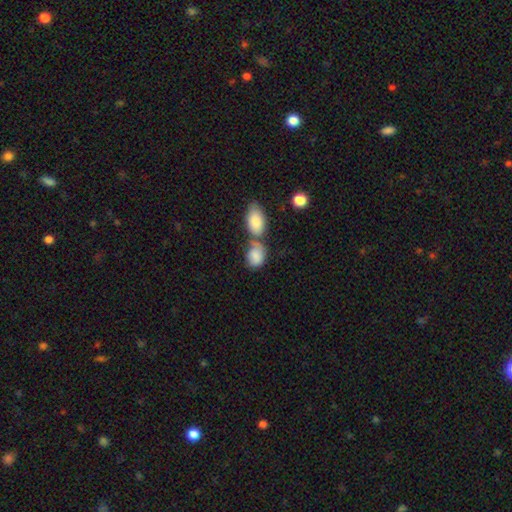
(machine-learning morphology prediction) smooth-or-featured: smooth: 82% | featured or disk: 11% | star or artifact: 7%
  how-rounded: in between: 76% | round: 23% | cigar-shaped: 2%
  merging: merger: 47% | none: 32% | minor disturbance: 15% | major disturbance: 6%